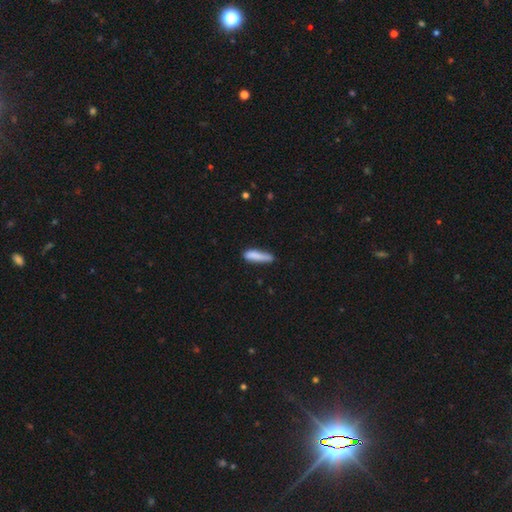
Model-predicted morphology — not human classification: Smooth or featured? Predicted: smooth (p=0.82). How rounded? Predicted: cigar-shaped (p=0.77). Merging? Predicted: none (p=0.62).